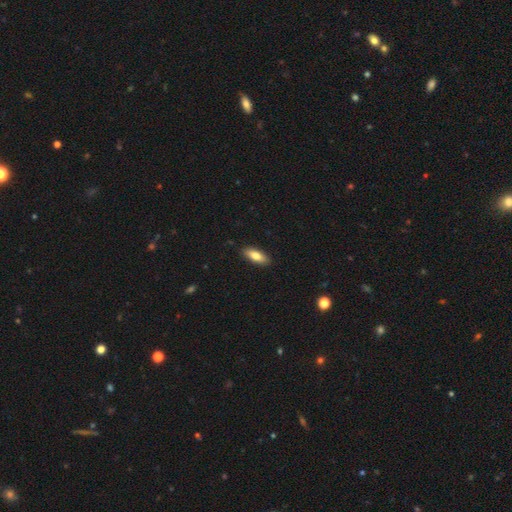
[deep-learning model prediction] Smooth or featured: smooth — 79% (featured or disk — 15%)
How rounded: in between — 73% (cigar-shaped — 25%)
Merging: none — 89% (minor disturbance — 8%)